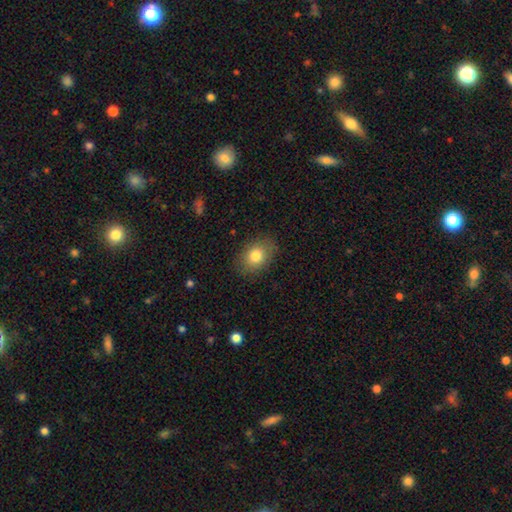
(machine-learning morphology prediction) The model was most divided on "how rounded": in between: 71%, round: 28%, cigar-shaped: 1%. More confident: merging — none (85%); smooth or featured — smooth (80%).